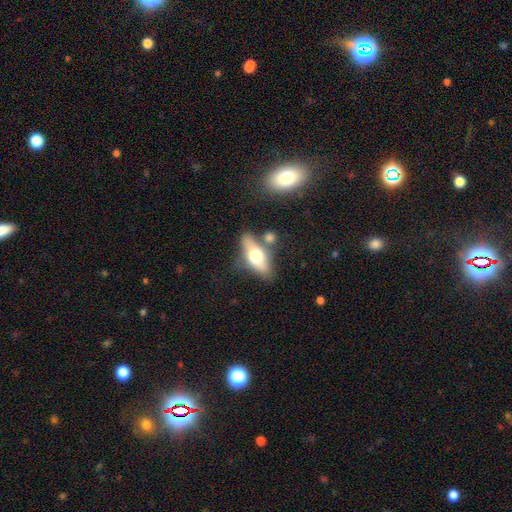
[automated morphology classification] A smooth galaxy with no disk features (53%) that is in between round and cigar-shaped (71%). Merging: none (65%).